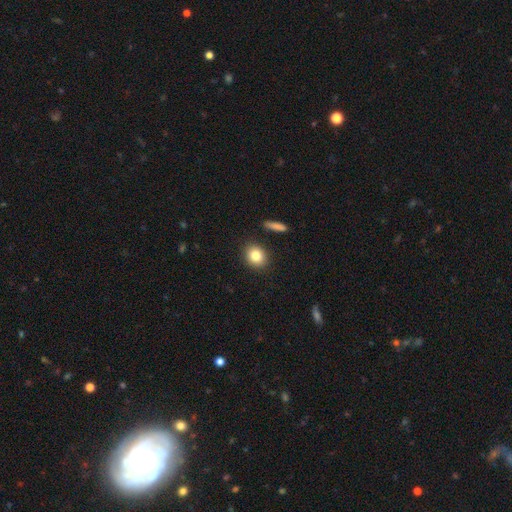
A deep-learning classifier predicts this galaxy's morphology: smooth-or-featured: smooth: 82% | star or artifact: 9% | featured or disk: 8%
  how-rounded: round: 69% | in between: 29% | cigar-shaped: 2%
  merging: none: 88% | minor disturbance: 8% | merger: 2% | major disturbance: 2%